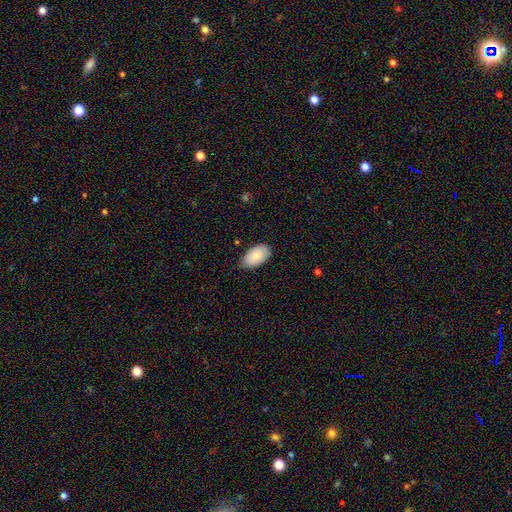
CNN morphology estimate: Smooth or featured? smooth (83%)
How rounded? in between (95%)
Merging? none (77%)